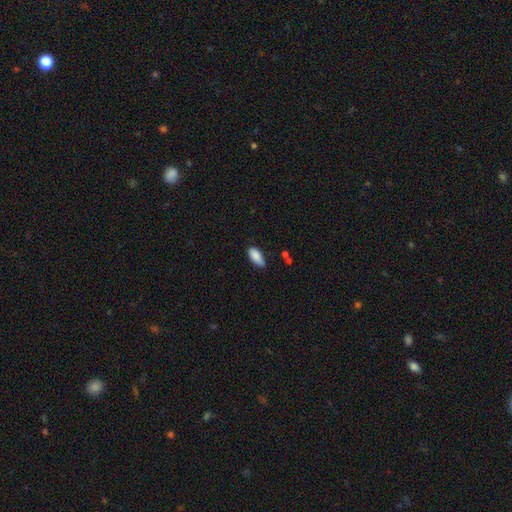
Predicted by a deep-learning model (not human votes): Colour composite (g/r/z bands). It shows a smooth galaxy with no disk features (87%) that is in between round and cigar-shaped (89%). Merging: none (66%).